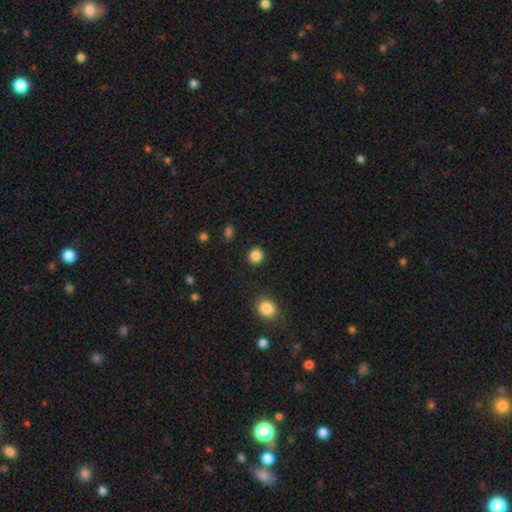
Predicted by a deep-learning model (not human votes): Smooth or featured? smooth (86%)
How rounded? round (88%)
Merging? none (91%)